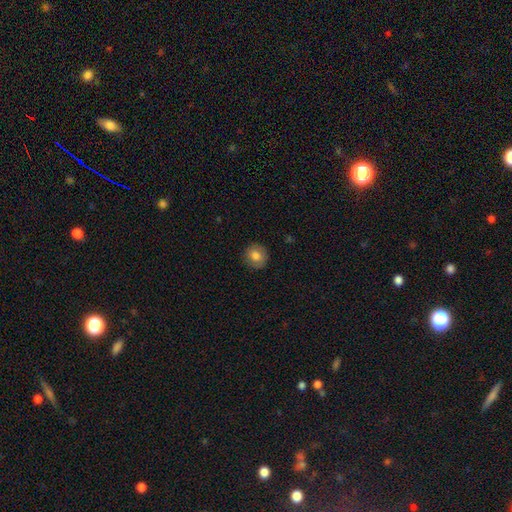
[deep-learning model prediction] Q: Smooth or featured?
A: smooth (81%); runner-up: featured or disk (10%)
Q: How rounded?
A: round (91%); runner-up: in between (9%)
Q: Merging?
A: none (89%); runner-up: minor disturbance (8%)